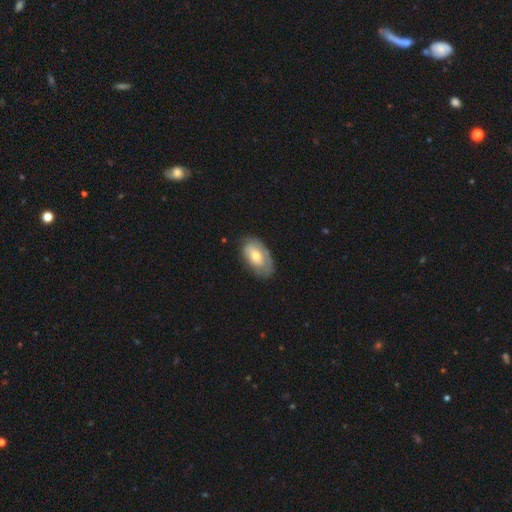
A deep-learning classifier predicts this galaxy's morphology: This appears to be a smooth galaxy with no disk features (56%) that is in between round and cigar-shaped (92%). Merging: none (64%).